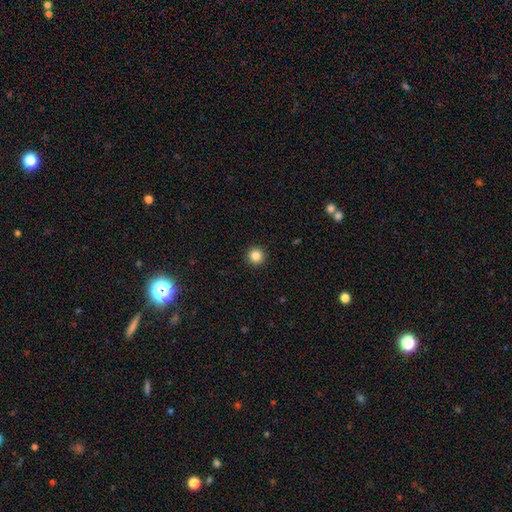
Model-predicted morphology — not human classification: smooth-or-featured: smooth: 84% | star or artifact: 11% | featured or disk: 4%
  how-rounded: round: 96% | in between: 3% | cigar-shaped: 1%
  merging: none: 93% | minor disturbance: 4% | major disturbance: 2% | merger: 1%